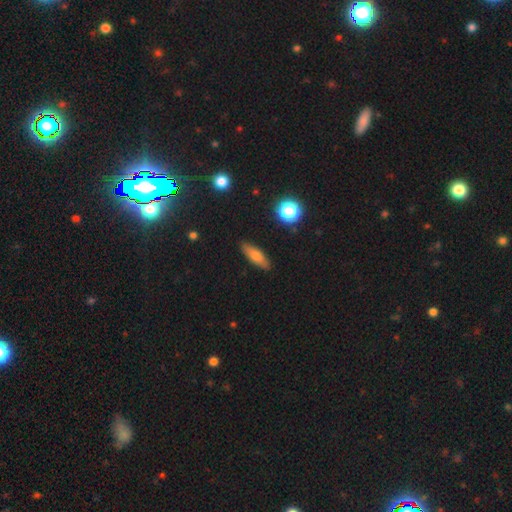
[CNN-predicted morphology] This is likely a smooth galaxy (72%). How rounded: possibly cigar-shaped (50%). Merging: clearly none (87%).